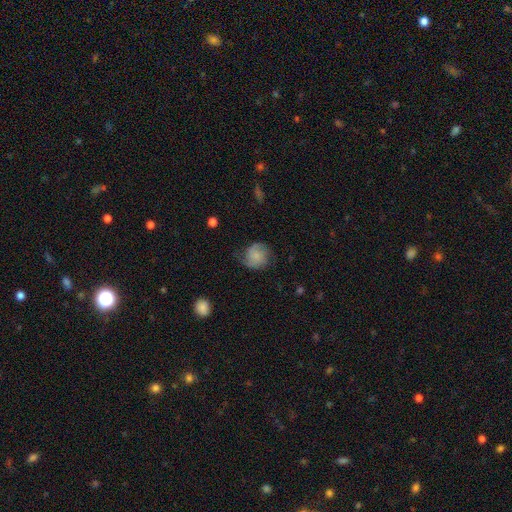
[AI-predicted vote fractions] smooth_or_featured: smooth (p=0.60) [alt: featured or disk p=0.32]
how_rounded: round (p=0.81) [alt: in between p=0.18]
merging: none (p=0.60) [alt: minor disturbance p=0.27]